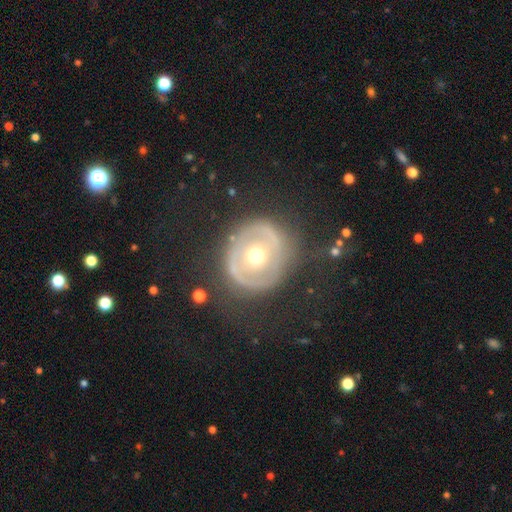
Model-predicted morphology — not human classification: smooth-or-featured: featured or disk: 67% | smooth: 26% | star or artifact: 8%
  disk-edge-on: no: 95% | yes: 5%
    bar: no: 72% | weak: 19% | strong: 10%
    has-spiral-arms: no: 58% | yes: 42%
    bulge-size: moderate: 67% | small: 26% | large: 5% | dominant: 1% | none: 1%
  merging: none: 72% | minor disturbance: 15% | major disturbance: 11% | merger: 2%